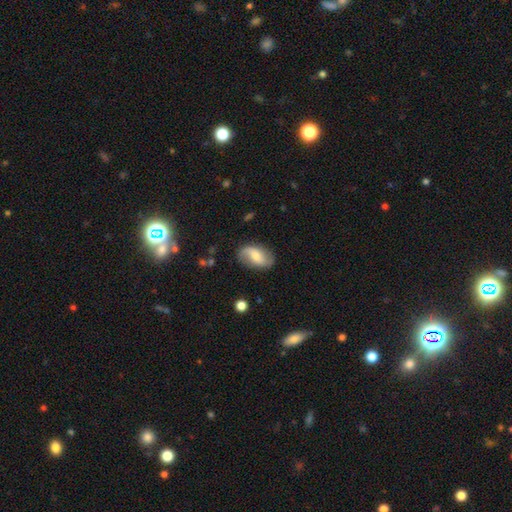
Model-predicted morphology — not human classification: Smooth or featured? Predicted: featured or disk (p=0.56). Edge-on disk? Predicted: no (p=0.95). Bar? Predicted: no (p=0.44). Spiral arms? Predicted: yes (p=0.88). Bulge size? Predicted: moderate (p=0.46). Merging? Predicted: none (p=0.78).